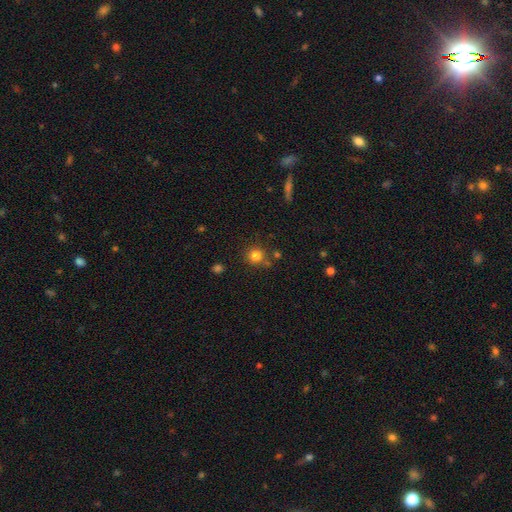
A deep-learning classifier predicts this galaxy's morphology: Smooth or featured: smooth — 81% (star or artifact — 13%)
How rounded: round — 93% (in between — 7%)
Merging: none — 78% (minor disturbance — 9%)